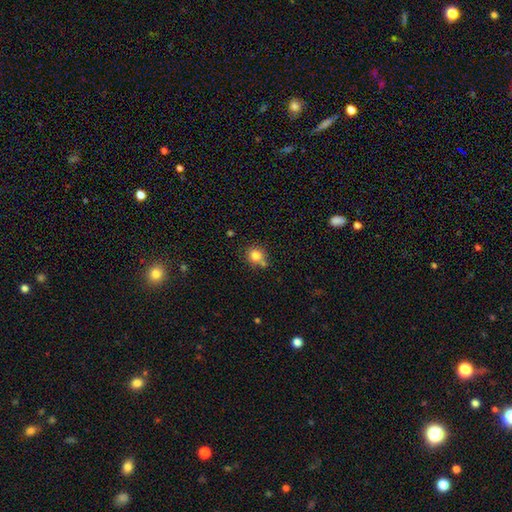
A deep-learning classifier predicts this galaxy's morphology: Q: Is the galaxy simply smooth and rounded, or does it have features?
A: smooth — 82%.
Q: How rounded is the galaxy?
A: round — 87%.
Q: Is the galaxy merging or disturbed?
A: none — 65%.